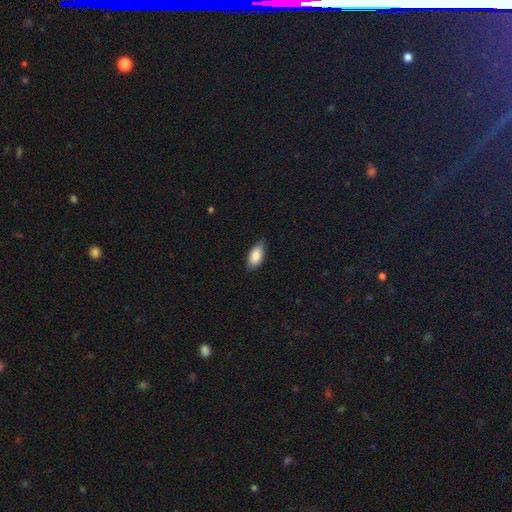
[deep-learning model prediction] smooth_or_featured: smooth (p=0.86) [alt: featured or disk p=0.08]
how_rounded: in between (p=0.90) [alt: cigar-shaped p=0.08]
merging: none (p=0.77) [alt: minor disturbance p=0.19]